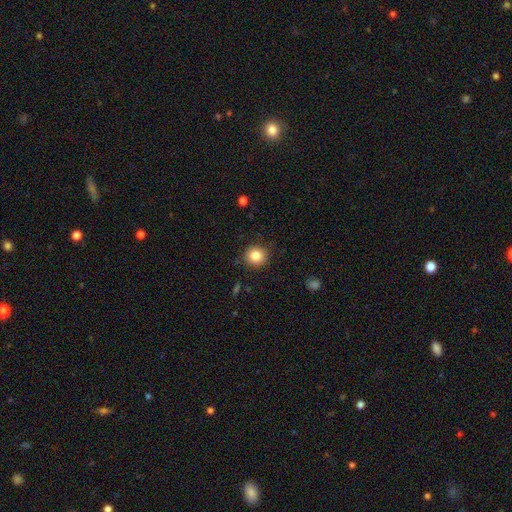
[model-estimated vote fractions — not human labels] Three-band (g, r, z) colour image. It shows a smooth galaxy with no disk features (84%) that is round (89%). Merging: none (88%).